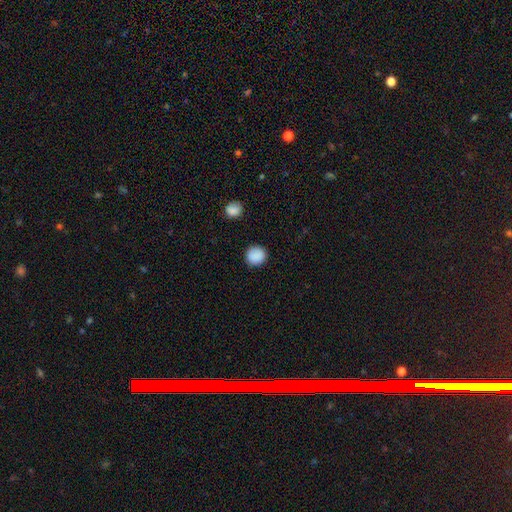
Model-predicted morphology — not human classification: This is clearly a smooth galaxy (89%). How rounded: clearly round (91%). Merging: clearly none (90%).